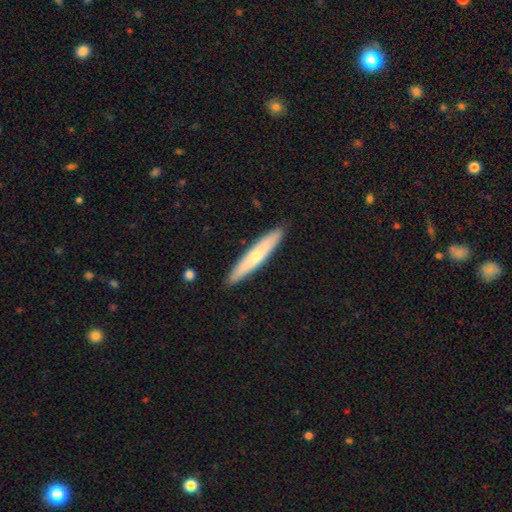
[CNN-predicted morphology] Smooth or featured?
  - smooth: 56% *
  - featured or disk: 39%
  - star or artifact: 5%
How rounded?
  - cigar-shaped: 92% *
  - in between: 6%
  - round: 1%
Merging?
  - none: 91% *
  - minor disturbance: 7%
  - major disturbance: 1%
  - merger: 1%